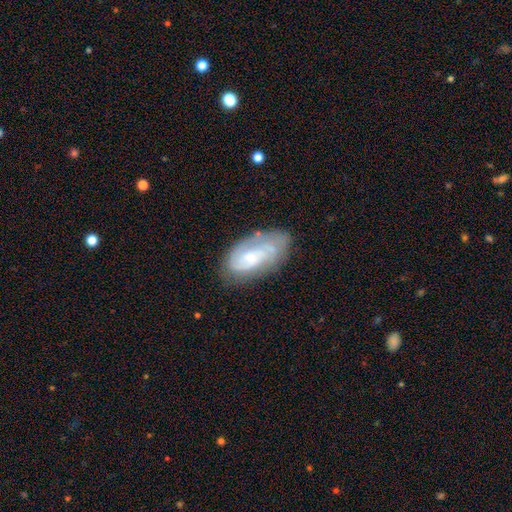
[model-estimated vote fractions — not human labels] smooth_or_featured: featured or disk (p=0.56) [alt: smooth p=0.36]
disk_edge_on: no (p=0.93) [alt: yes p=0.07]
bar: no (p=0.61) [alt: weak p=0.31]
has_spiral_arms: yes (p=0.74) [alt: no p=0.26]
bulge_size: small (p=0.46) [alt: moderate p=0.37]
merging: none (p=0.66) [alt: minor disturbance p=0.22]